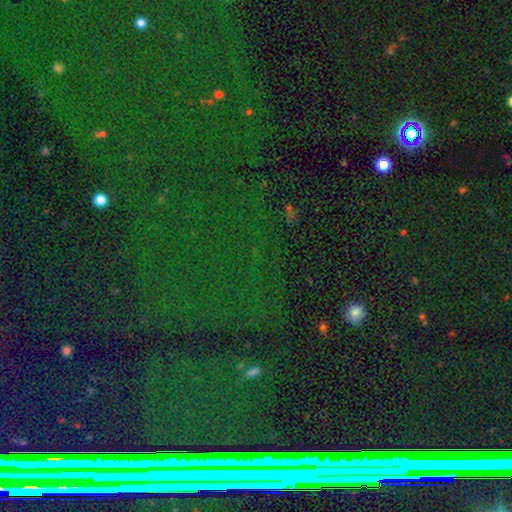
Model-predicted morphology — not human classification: The model was most divided on "smooth or featured": star or artifact: 82%, smooth: 10%, featured or disk: 8%.